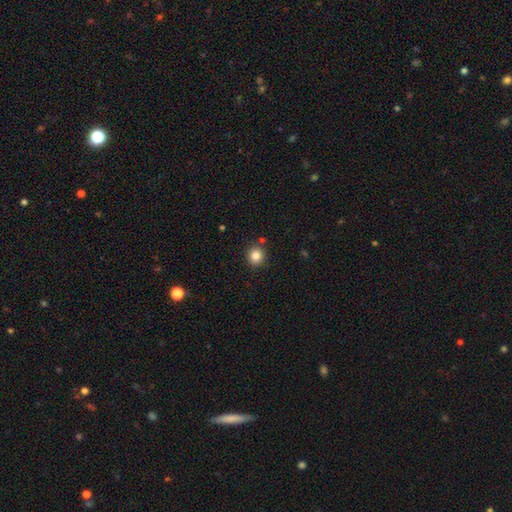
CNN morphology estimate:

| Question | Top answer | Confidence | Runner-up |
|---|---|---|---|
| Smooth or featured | smooth | 83% | star or artifact (11%) |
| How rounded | round | 90% | in between (9%) |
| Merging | none | 87% | minor disturbance (7%) |